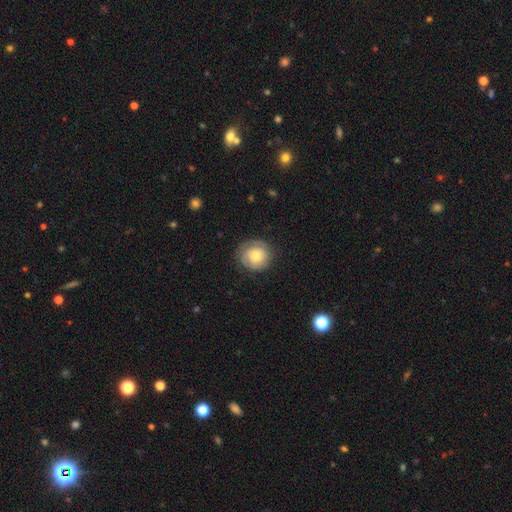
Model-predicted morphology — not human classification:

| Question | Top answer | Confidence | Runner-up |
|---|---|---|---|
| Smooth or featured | smooth | 48% | featured or disk (45%) |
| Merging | none | 76% | minor disturbance (17%) |